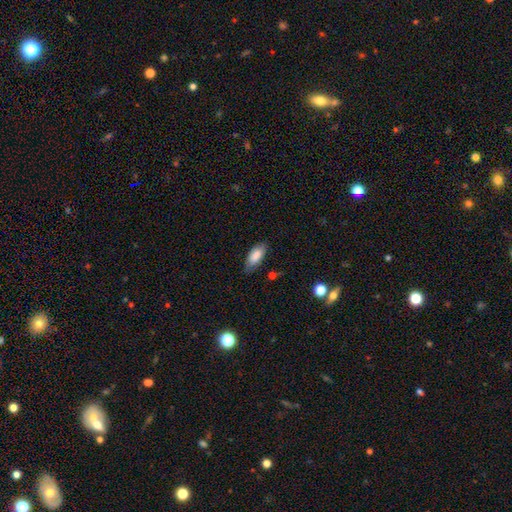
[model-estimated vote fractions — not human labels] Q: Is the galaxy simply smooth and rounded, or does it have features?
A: smooth — 83%.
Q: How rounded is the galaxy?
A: in between — 87%.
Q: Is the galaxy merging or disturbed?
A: none — 75%.